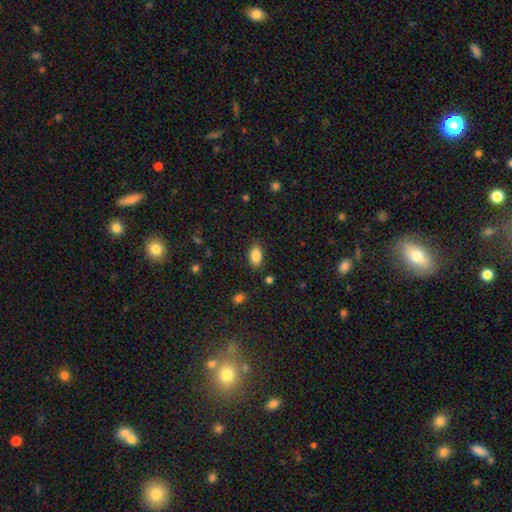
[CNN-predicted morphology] type=smooth (87%); roundness=in between (91%); merging=none (84%).